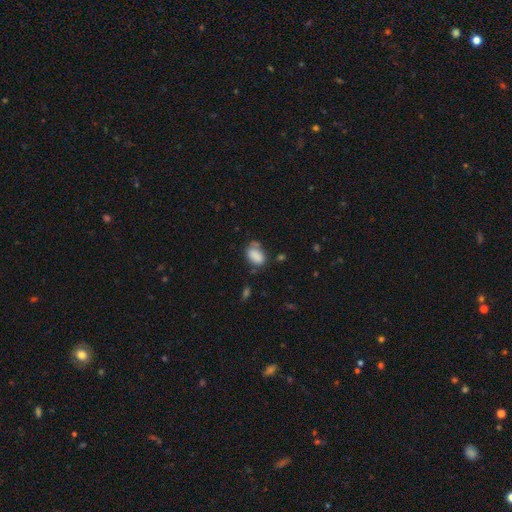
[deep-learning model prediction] A smooth galaxy with no disk features (84%) that is in between round and cigar-shaped (88%).

Vote fractions:
- Smooth or featured? smooth: 84% / star or artifact: 9% / featured or disk: 7%
- How rounded? in between: 88% / round: 11% / cigar-shaped: 2%
- Merging? none: 53% / minor disturbance: 28% / major disturbance: 11% / merger: 9%